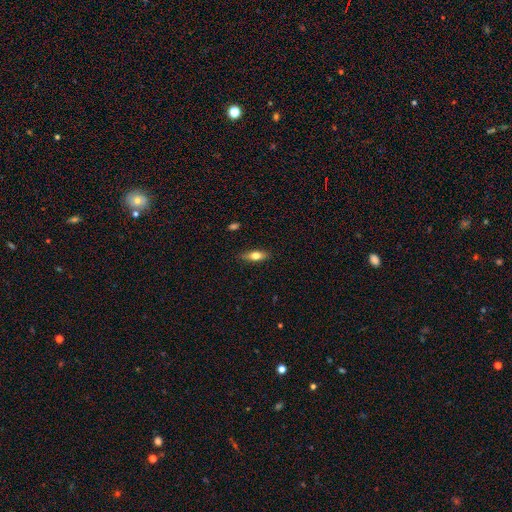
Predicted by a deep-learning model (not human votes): This is likely a smooth galaxy (65%). How rounded: likely in between (61%). Merging: clearly none (85%).